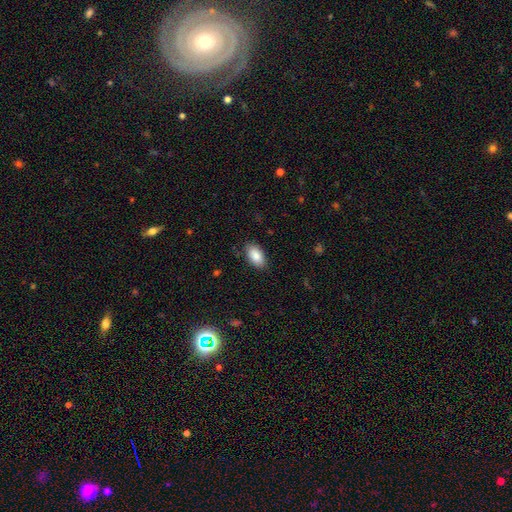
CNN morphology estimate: Smooth or featured: smooth — 88% (star or artifact — 7%)
How rounded: in between — 94% (round — 3%)
Merging: none — 85% (minor disturbance — 11%)